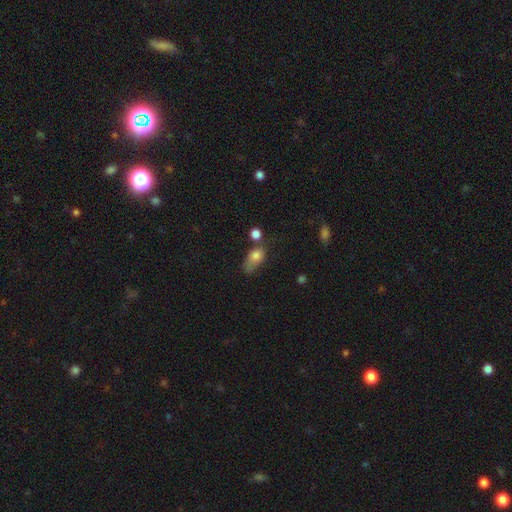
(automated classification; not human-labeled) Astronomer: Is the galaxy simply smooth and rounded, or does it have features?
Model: smooth — 78%.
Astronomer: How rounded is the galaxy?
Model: in between — 70%.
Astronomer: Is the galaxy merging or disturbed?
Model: none — 30% (runner-up: minor disturbance, 29%).